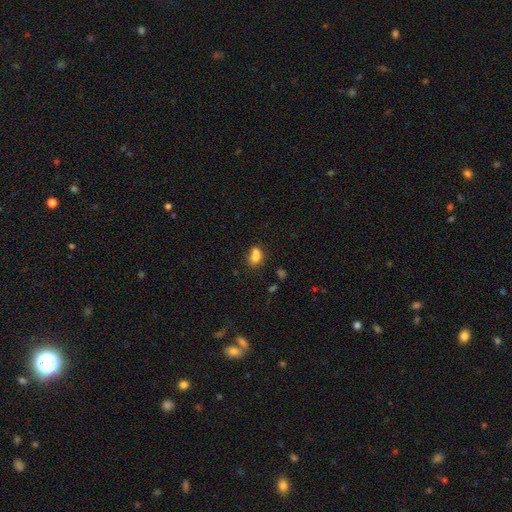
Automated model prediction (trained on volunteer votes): smooth-or-featured: smooth: 73% | featured or disk: 15% | star or artifact: 12%
  how-rounded: in between: 52% | round: 46% | cigar-shaped: 2%
  merging: merger: 57% | none: 28% | minor disturbance: 10% | major disturbance: 5%